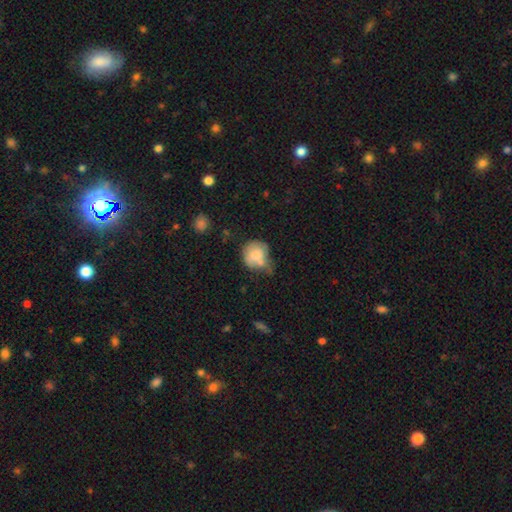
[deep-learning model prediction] This appears to be a smooth galaxy with no disk features (74%) that is round (78%). Merging: none (36%).